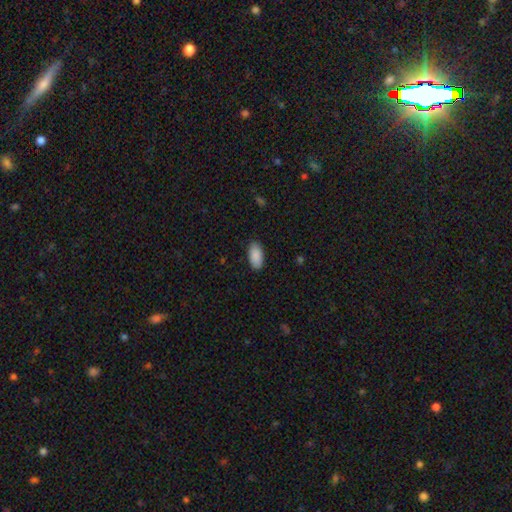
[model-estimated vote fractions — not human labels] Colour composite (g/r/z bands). It shows a smooth galaxy with no disk features (90%) that is in between round and cigar-shaped (94%). Merging: none (86%).